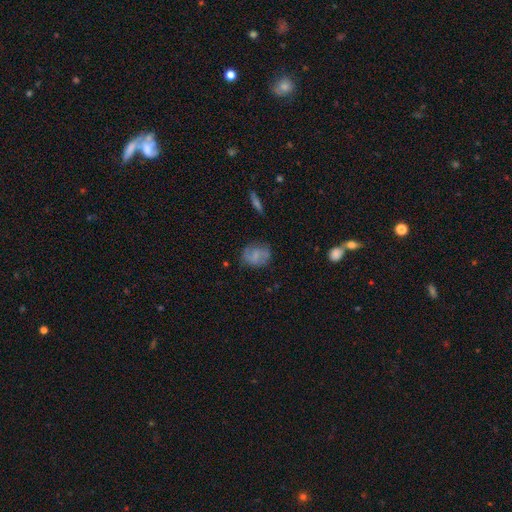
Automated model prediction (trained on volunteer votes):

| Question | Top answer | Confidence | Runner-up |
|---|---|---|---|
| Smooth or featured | smooth | 57% | featured or disk (34%) |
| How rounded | round | 51% | in between (47%) |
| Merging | none | 67% | minor disturbance (22%) |